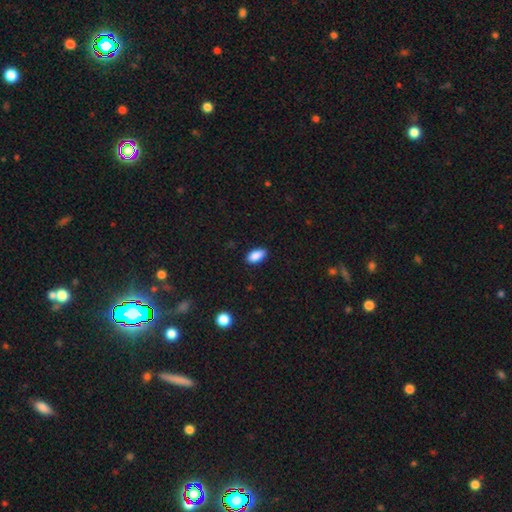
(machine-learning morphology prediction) Smooth or featured?
  - smooth: 89% *
  - star or artifact: 7%
  - featured or disk: 4%
How rounded?
  - in between: 91% *
  - cigar-shaped: 6%
  - round: 3%
Merging?
  - none: 85% *
  - minor disturbance: 12%
  - major disturbance: 2%
  - merger: 1%